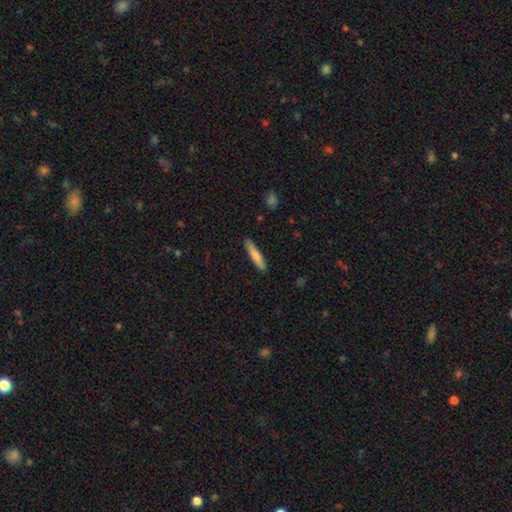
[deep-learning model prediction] Smooth or featured? smooth (73%)
How rounded? cigar-shaped (88%)
Merging? none (88%)